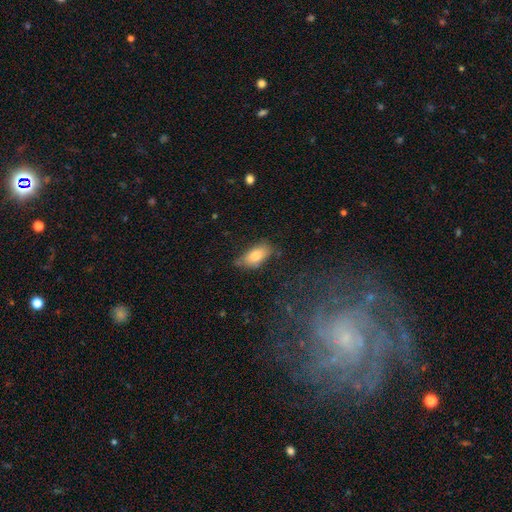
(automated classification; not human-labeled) Smooth or featured: smooth — 82% (featured or disk — 11%)
How rounded: in between — 89% (cigar-shaped — 7%)
Merging: none — 64% (minor disturbance — 26%)